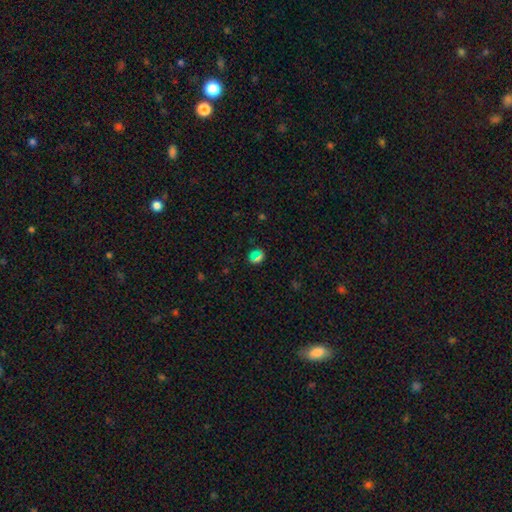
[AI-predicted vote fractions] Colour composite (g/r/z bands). It shows a smooth galaxy with no disk features (56%) that is round (70%). Merging: none (82%).